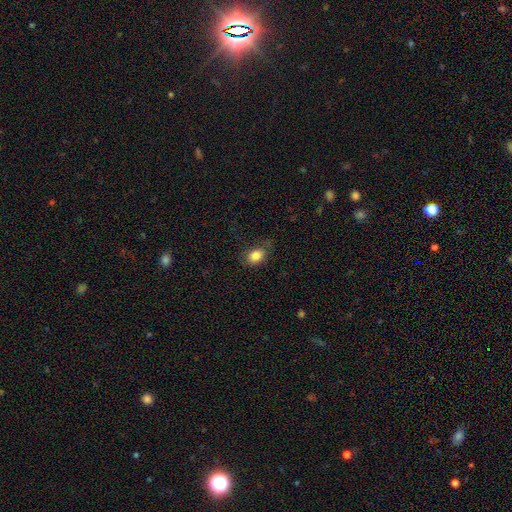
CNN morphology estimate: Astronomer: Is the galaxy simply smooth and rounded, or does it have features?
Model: smooth — 85%.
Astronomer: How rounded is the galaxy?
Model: in between — 70%.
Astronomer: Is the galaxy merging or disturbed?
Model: none — 69%.